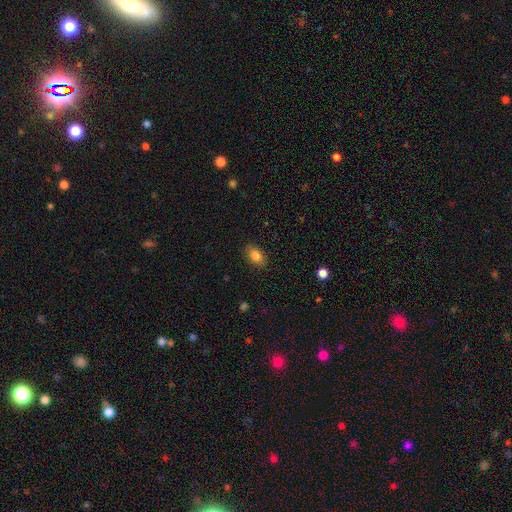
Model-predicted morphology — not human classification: smooth_or_featured: smooth (p=0.85) [alt: star or artifact p=0.09]
how_rounded: in between (p=0.87) [alt: round p=0.12]
merging: none (p=0.86) [alt: minor disturbance p=0.10]